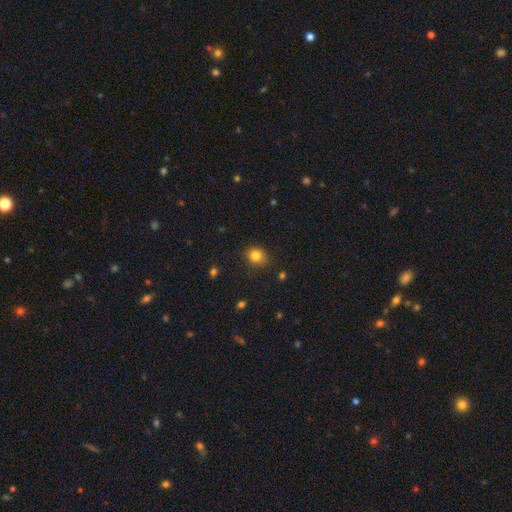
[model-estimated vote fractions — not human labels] Q: Smooth or featured?
A: smooth (82%); runner-up: star or artifact (12%)
Q: How rounded?
A: round (62%); runner-up: in between (37%)
Q: Merging?
A: none (81%); runner-up: minor disturbance (15%)